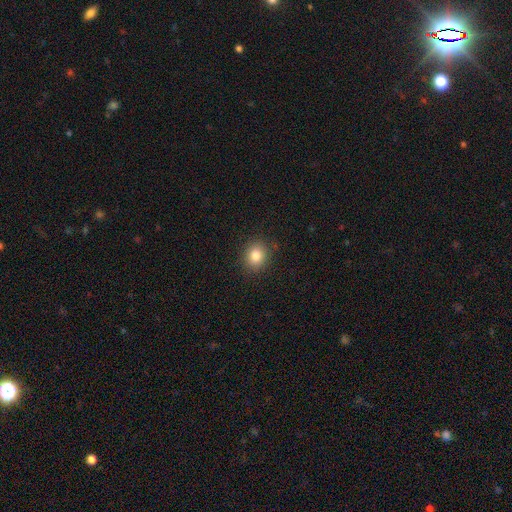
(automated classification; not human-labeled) Q: Smooth or featured?
A: smooth (82%); runner-up: star or artifact (11%)
Q: How rounded?
A: round (71%); runner-up: in between (28%)
Q: Merging?
A: none (88%); runner-up: minor disturbance (8%)